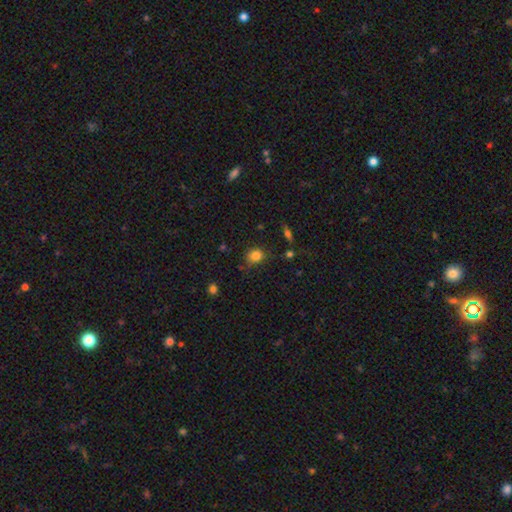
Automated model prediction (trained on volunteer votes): smooth-or-featured: smooth: 82% | star or artifact: 12% | featured or disk: 6%
  how-rounded: round: 63% | in between: 36% | cigar-shaped: 1%
  merging: none: 68% | minor disturbance: 22% | major disturbance: 6% | merger: 4%